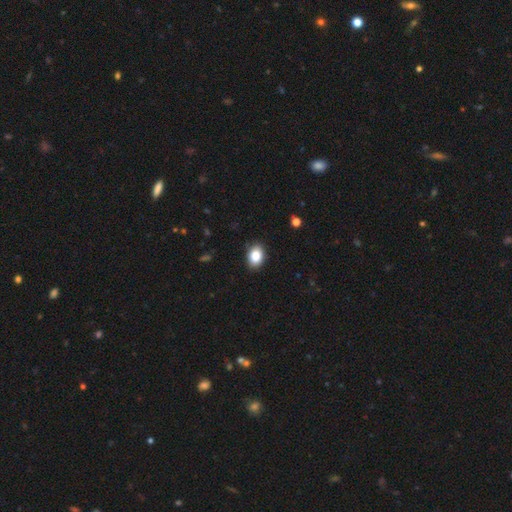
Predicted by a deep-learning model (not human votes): This appears to be a smooth galaxy with no disk features (86%) that is in between round and cigar-shaped (82%). Merging: none (89%).